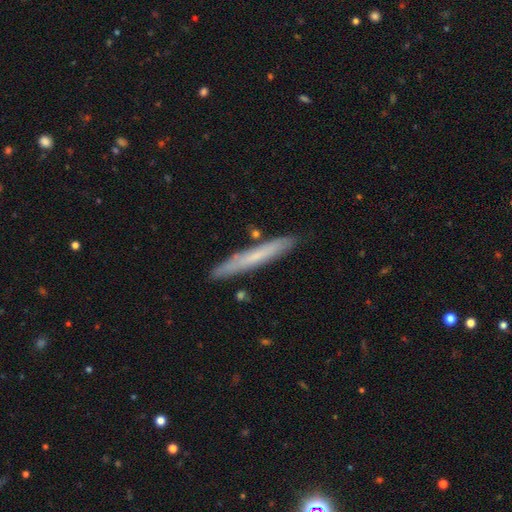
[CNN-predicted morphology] Smooth or featured? Predicted: smooth (p=0.57). How rounded? Predicted: cigar-shaped (p=0.96). Merging? Predicted: none (p=0.86).